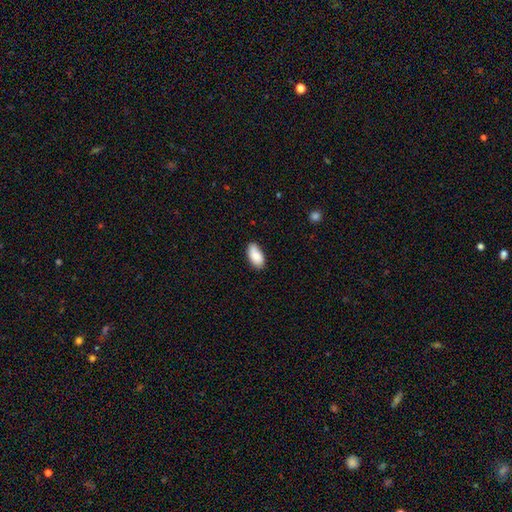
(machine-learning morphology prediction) smooth-or-featured: smooth: 83% | featured or disk: 11% | star or artifact: 7%
  how-rounded: in between: 94% | cigar-shaped: 3% | round: 3%
  merging: none: 78% | minor disturbance: 18% | major disturbance: 3% | merger: 1%